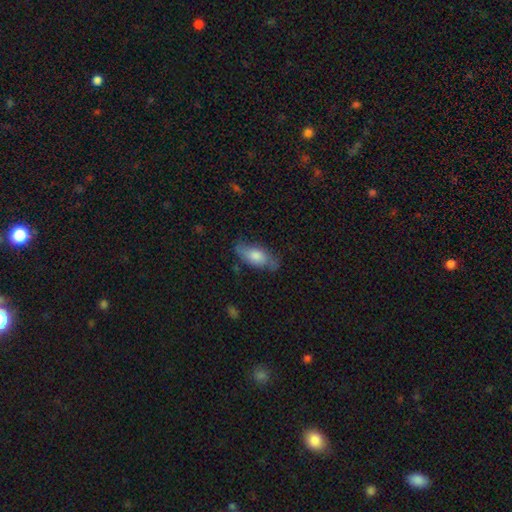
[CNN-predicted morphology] This appears to be a smooth galaxy with no disk features (69%) that is in between round and cigar-shaped (82%). Merging: none (67%).